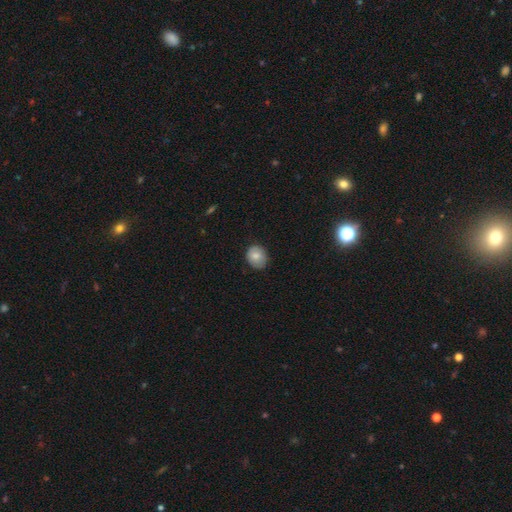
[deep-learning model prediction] smooth-or-featured: smooth: 79% | featured or disk: 13% | star or artifact: 8%
  how-rounded: round: 57% | in between: 42% | cigar-shaped: 1%
  merging: none: 79% | minor disturbance: 17% | major disturbance: 3% | merger: 1%